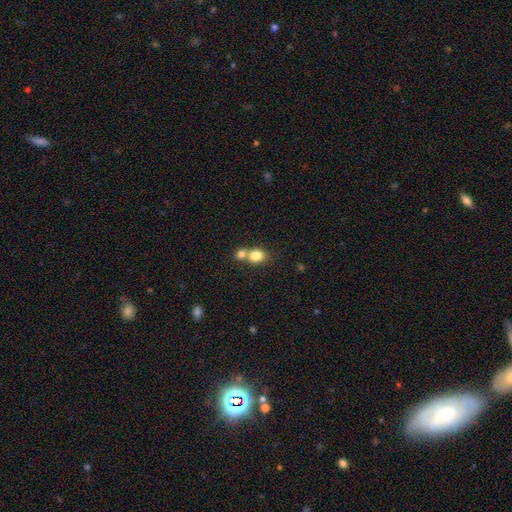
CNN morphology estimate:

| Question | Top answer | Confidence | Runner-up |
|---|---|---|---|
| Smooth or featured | smooth | 81% | star or artifact (10%) |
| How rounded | round | 57% | in between (42%) |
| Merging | merger | 53% | none (37%) |